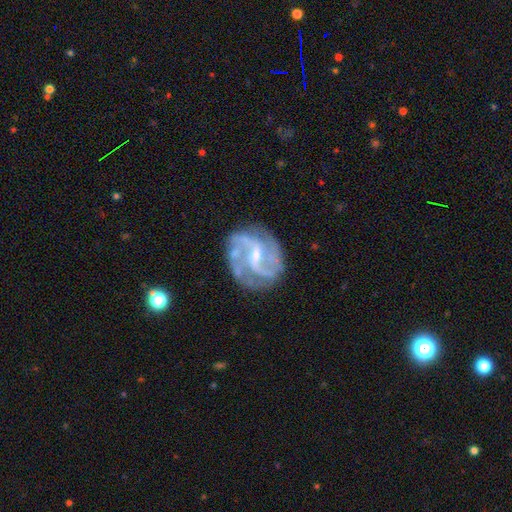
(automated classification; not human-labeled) Overall: featured or disk (89%). Edge-on disk: no (98%). Bar: weak (51%; strong 30%). Spiral arms: yes (96%). Spiral arm count: 2 (58%; 3 19%). Spiral winding: medium (50%; loose 29%). Bulge size: small (61%; moderate 31%). Merging: none (71%).